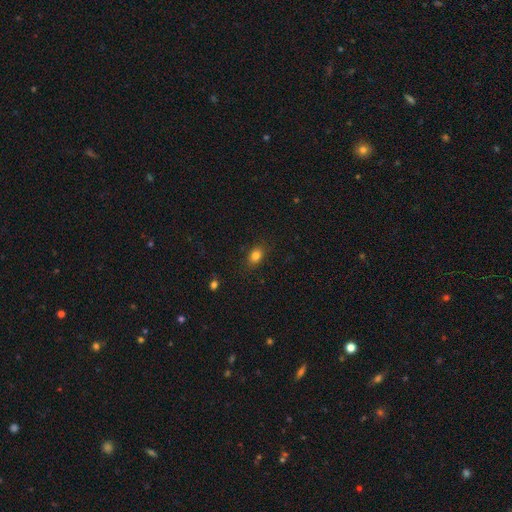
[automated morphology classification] The model was most divided on "how rounded": in between: 70%, round: 29%, cigar-shaped: 2%. More confident: merging — none (84%); smooth or featured — smooth (82%).